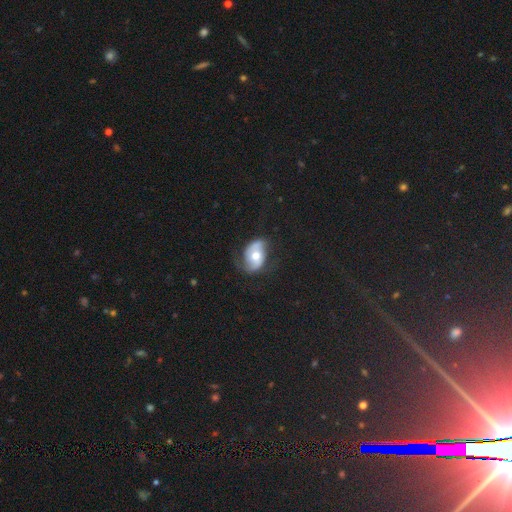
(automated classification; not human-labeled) A featured or disk galaxy (61%) with no bar (60%), spiral arms (77%) and a moderate central bulge (73%). Merging: none (62%).